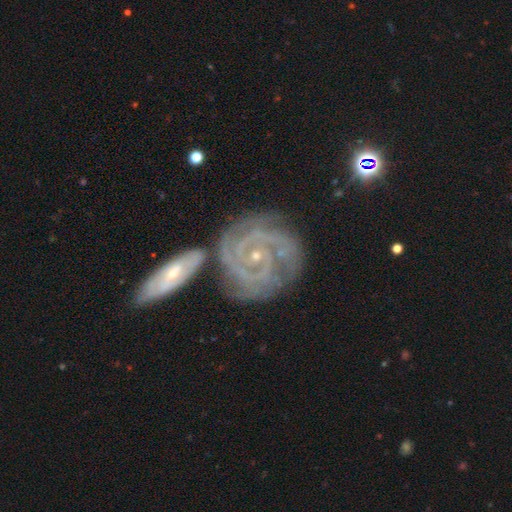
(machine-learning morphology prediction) Smooth or featured?
  - featured or disk: 89% *
  - star or artifact: 6%
  - smooth: 5%
Edge-on disk?
  - no: 96% *
  - yes: 4%
Bar?
  - no: 60% *
  - weak: 28%
  - strong: 12%
Spiral arms?
  - yes: 98% *
  - no: 2%
Spiral winding?
  - tight: 81% *
  - medium: 17%
  - loose: 3%
Spiral arm count?
  - 3: 30% *
  - 2: 20%
  - can't tell: 19%
  - 4: 18%
  - more than 4: 8%
  - 1: 7%
Bulge size?
  - small: 80% *
  - moderate: 16%
  - none: 2%
  - large: 1%
  - dominant: 1%
Merging?
  - none: 61% *
  - merger: 20%
  - minor disturbance: 15%
  - major disturbance: 5%